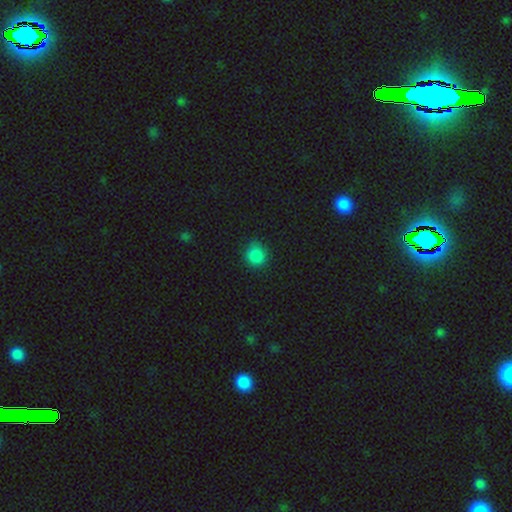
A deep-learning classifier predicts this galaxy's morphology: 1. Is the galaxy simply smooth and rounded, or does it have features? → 85% smooth, 12% star or artifact, 3% featured or disk.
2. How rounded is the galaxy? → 88% round, 11% in between, 1% cigar-shaped.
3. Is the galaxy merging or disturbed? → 84% none, 12% minor disturbance, 3% major disturbance, 1% merger.